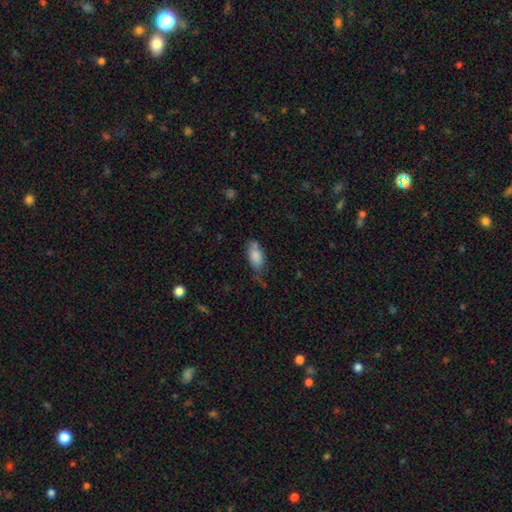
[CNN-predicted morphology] A smooth galaxy with no disk features (83%) that is in between round and cigar-shaped (89%). Merging: none (55%).